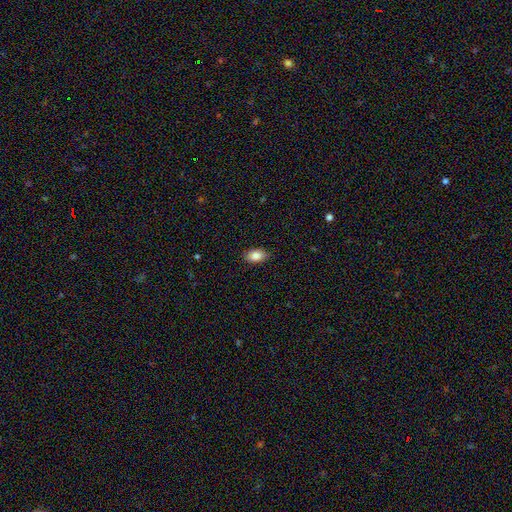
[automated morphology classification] smooth_or_featured: smooth (p=0.85) [alt: featured or disk p=0.08]
how_rounded: in between (p=0.90) [alt: round p=0.08]
merging: none (p=0.87) [alt: minor disturbance p=0.10]